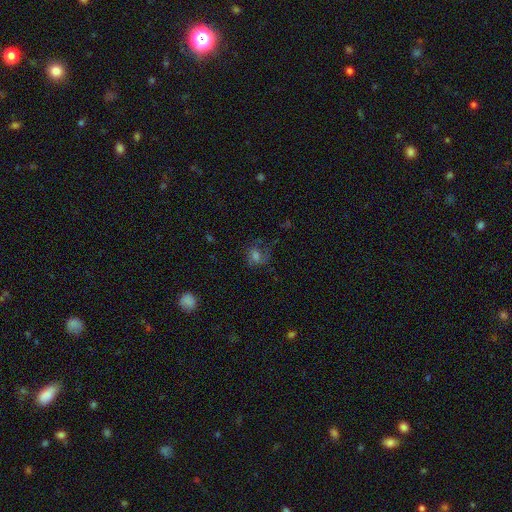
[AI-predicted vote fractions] Smooth or featured? smooth (46%)
Merging? none (55%)